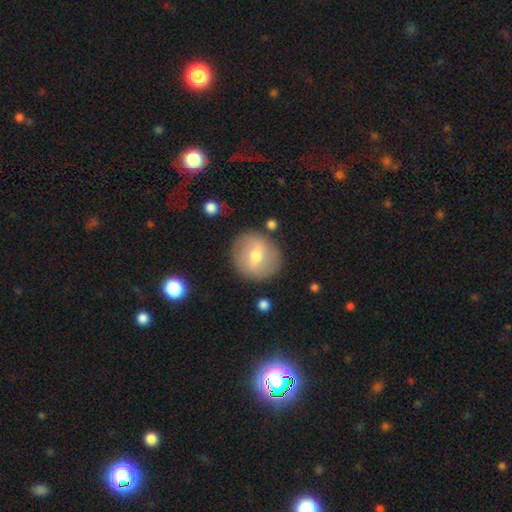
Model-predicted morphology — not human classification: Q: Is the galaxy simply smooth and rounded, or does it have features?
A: smooth — 55%.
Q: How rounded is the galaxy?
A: round — 90%.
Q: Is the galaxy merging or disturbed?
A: none — 85%.